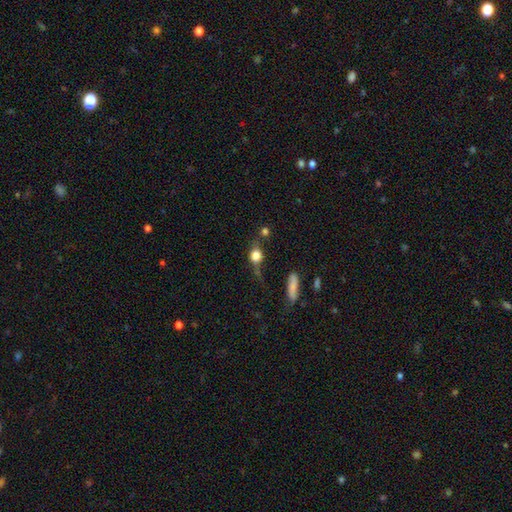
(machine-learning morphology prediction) This appears to be a smooth galaxy with no disk features (68%) that is round (62%). Merging: none (51%).